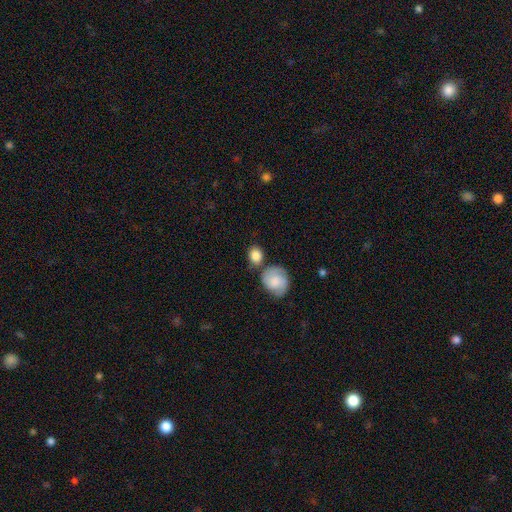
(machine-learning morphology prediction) Smooth or featured?
  - smooth: 84% *
  - featured or disk: 10%
  - star or artifact: 6%
How rounded?
  - round: 54% *
  - in between: 44%
  - cigar-shaped: 2%
Merging?
  - none: 57% *
  - merger: 21%
  - minor disturbance: 17%
  - major disturbance: 5%